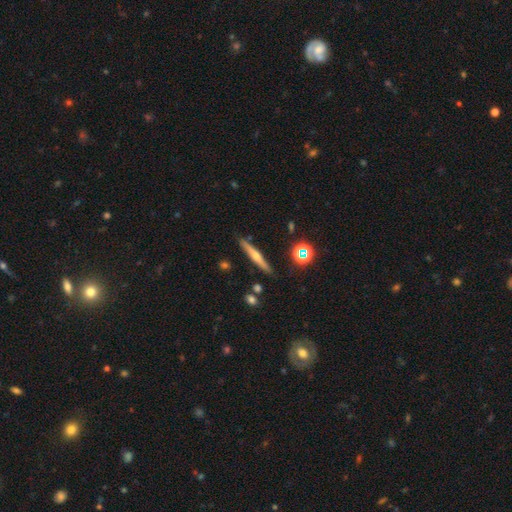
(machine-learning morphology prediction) smooth_or_featured: featured or disk (p=0.56) [alt: smooth p=0.35]
disk_edge_on: yes (p=0.96) [alt: no p=0.04]
edge_on_bulge: rounded (p=0.81) [alt: none p=0.14]
merging: none (p=0.87) [alt: minor disturbance p=0.08]